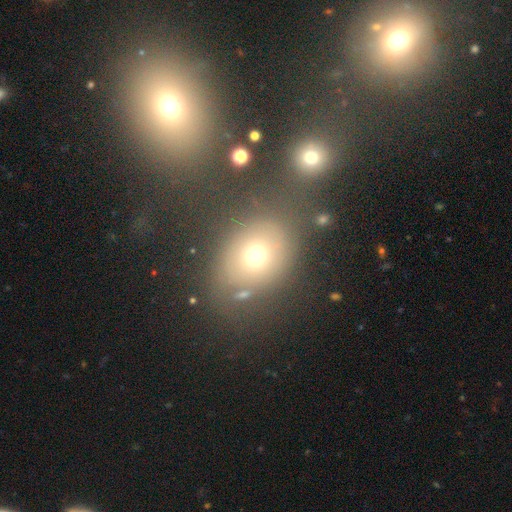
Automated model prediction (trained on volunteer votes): Smooth or featured: smooth — 63% (star or artifact — 20%)
How rounded: in between — 51% (round — 48%)
Merging: none — 69% (minor disturbance — 13%)